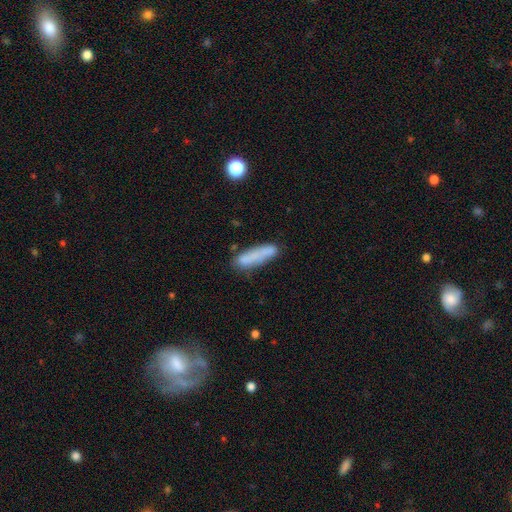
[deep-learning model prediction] The model was most divided on "merging": none: 69%, minor disturbance: 20%, merger: 6%, major disturbance: 5%. More confident: how rounded — cigar-shaped (80%); smooth or featured — smooth (75%).